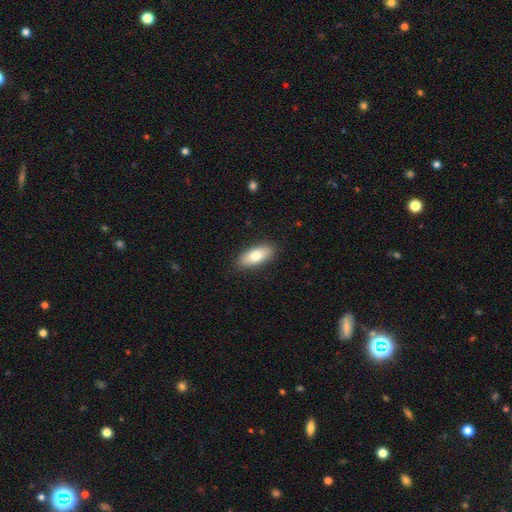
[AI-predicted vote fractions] Smooth or featured?
  - smooth: 78% *
  - featured or disk: 16%
  - star or artifact: 6%
How rounded?
  - in between: 78% *
  - cigar-shaped: 20%
  - round: 2%
Merging?
  - none: 89% *
  - minor disturbance: 8%
  - major disturbance: 2%
  - merger: 1%